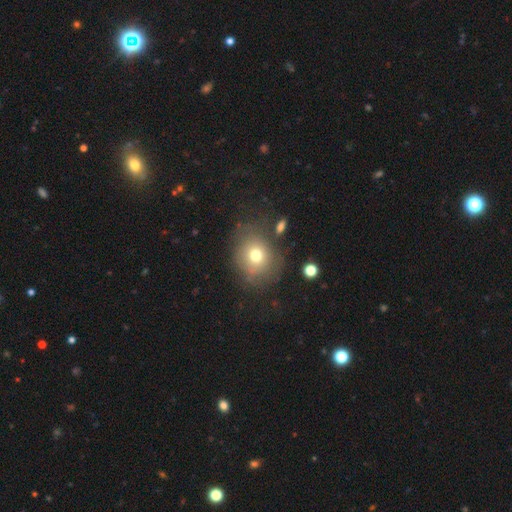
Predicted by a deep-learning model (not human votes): This appears to be a smooth galaxy with no disk features (71%) that is round (66%). Merging: none (68%).